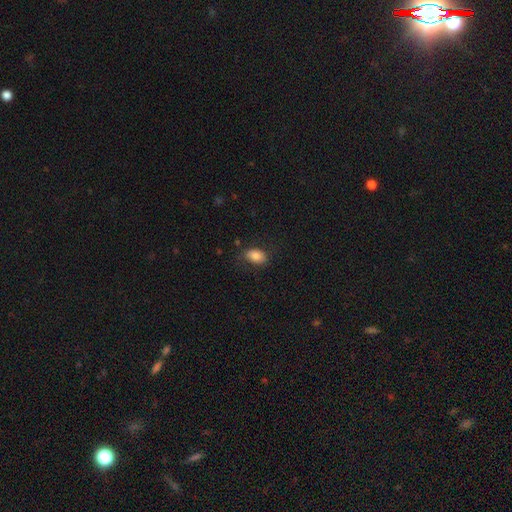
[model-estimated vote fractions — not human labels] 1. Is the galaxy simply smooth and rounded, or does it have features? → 82% smooth, 10% featured or disk, 8% star or artifact.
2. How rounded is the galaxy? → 88% in between, 10% round, 1% cigar-shaped.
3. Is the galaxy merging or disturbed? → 75% none, 18% minor disturbance, 6% major disturbance, 1% merger.